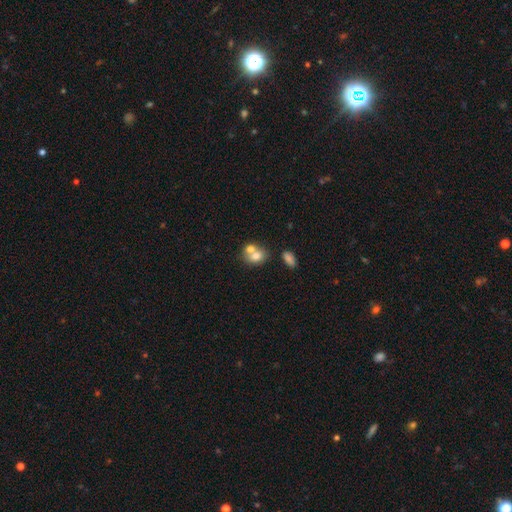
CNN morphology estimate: A smooth galaxy with no disk features (71%) that is in between round and cigar-shaped (53%). Merging: merger (57%).